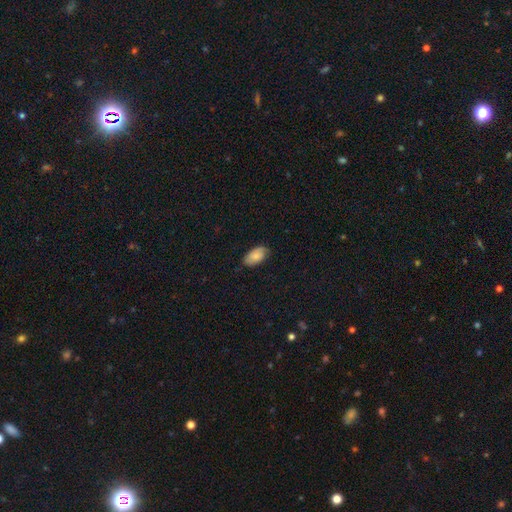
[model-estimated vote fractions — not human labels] A smooth galaxy with no disk features (81%) that is in between round and cigar-shaped (94%).

Vote fractions:
- Smooth or featured? smooth: 81% / featured or disk: 13% / star or artifact: 7%
- How rounded? in between: 94% / round: 3% / cigar-shaped: 2%
- Merging? none: 75% / minor disturbance: 21% / major disturbance: 3% / merger: 1%